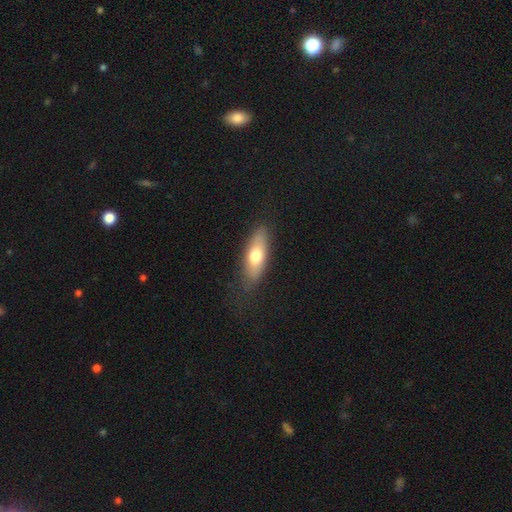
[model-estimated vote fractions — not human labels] Smooth or featured?
  - smooth: 67% *
  - featured or disk: 26%
  - star or artifact: 6%
How rounded?
  - in between: 64% *
  - cigar-shaped: 33%
  - round: 3%
Merging?
  - none: 80% *
  - minor disturbance: 15%
  - major disturbance: 4%
  - merger: 1%